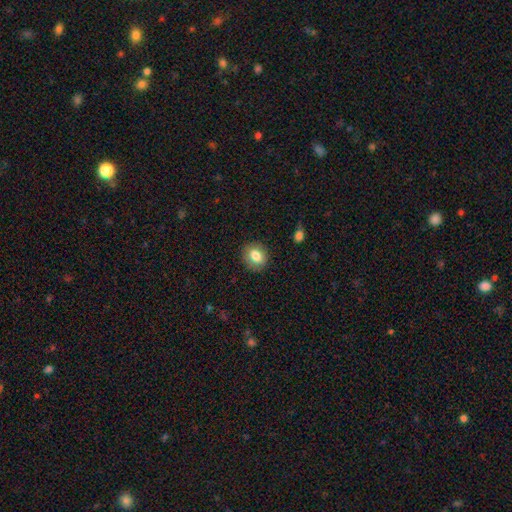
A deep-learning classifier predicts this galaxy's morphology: Smooth or featured?
  - smooth: 81% *
  - featured or disk: 10%
  - star or artifact: 9%
How rounded?
  - round: 63% *
  - in between: 36%
  - cigar-shaped: 1%
Merging?
  - none: 88% *
  - minor disturbance: 9%
  - major disturbance: 2%
  - merger: 1%